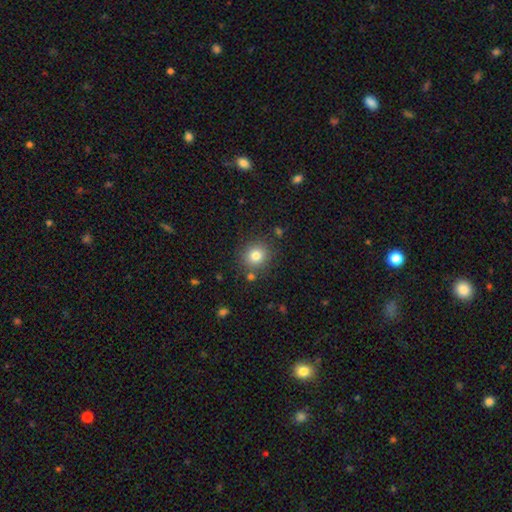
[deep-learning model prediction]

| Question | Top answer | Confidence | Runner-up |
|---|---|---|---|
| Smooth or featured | smooth | 80% | star or artifact (12%) |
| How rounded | round | 87% | in between (12%) |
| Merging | none | 83% | minor disturbance (9%) |